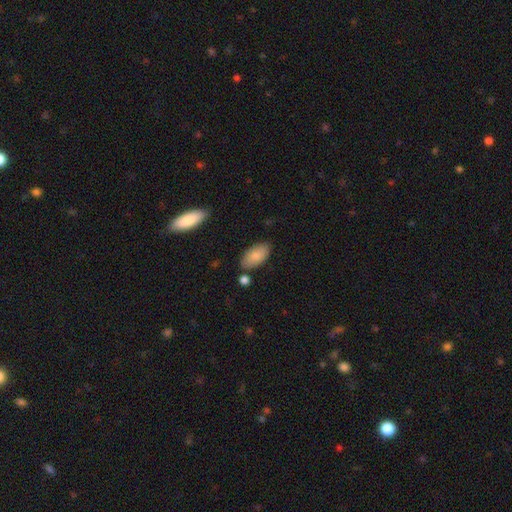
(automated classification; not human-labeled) smooth 84%, featured or disk 10%, star or artifact 6%. Down the decision tree: how rounded — in between (94%); merging — none (78%).